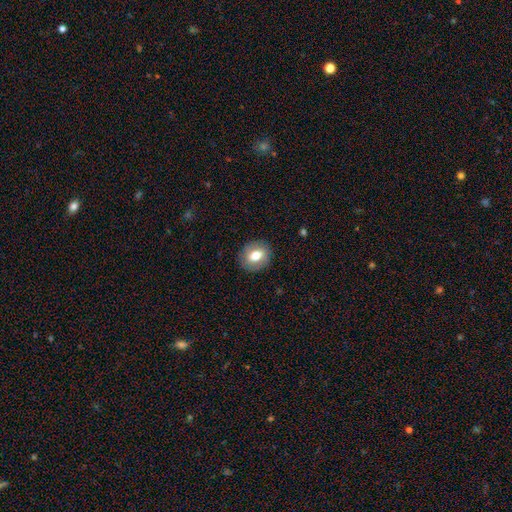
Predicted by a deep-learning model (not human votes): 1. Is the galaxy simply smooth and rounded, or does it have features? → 71% smooth, 21% featured or disk, 8% star or artifact.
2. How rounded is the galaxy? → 64% round, 34% in between, 1% cigar-shaped.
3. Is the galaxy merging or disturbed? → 88% none, 8% minor disturbance, 3% major disturbance, 1% merger.